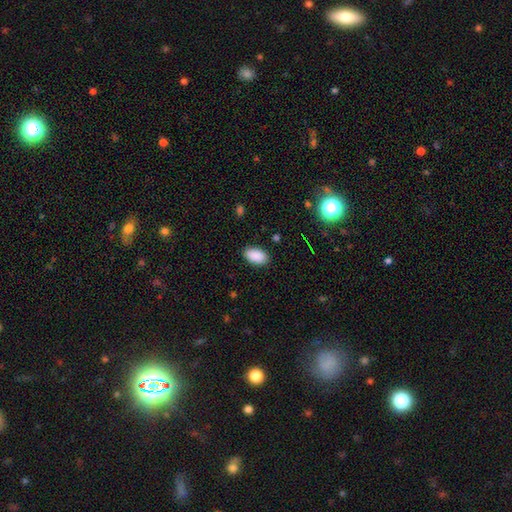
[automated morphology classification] smooth-or-featured: smooth: 90% | star or artifact: 7% | featured or disk: 3%
  how-rounded: in between: 94% | round: 4% | cigar-shaped: 2%
  merging: none: 87% | minor disturbance: 9% | major disturbance: 2% | merger: 1%